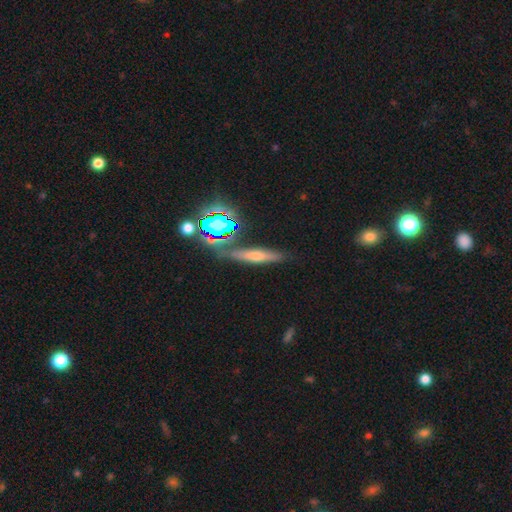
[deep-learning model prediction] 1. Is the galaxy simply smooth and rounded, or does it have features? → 40% featured or disk, 39% smooth, 21% star or artifact.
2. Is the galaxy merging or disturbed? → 80% none, 11% minor disturbance, 6% merger, 4% major disturbance.